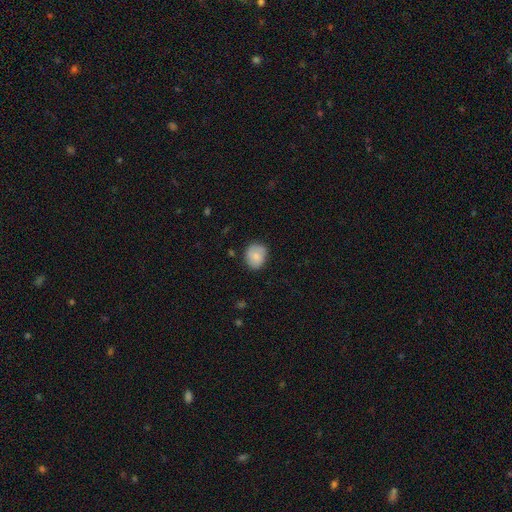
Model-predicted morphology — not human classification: type=smooth (79%); roundness=round (68%); merging=none (75%).